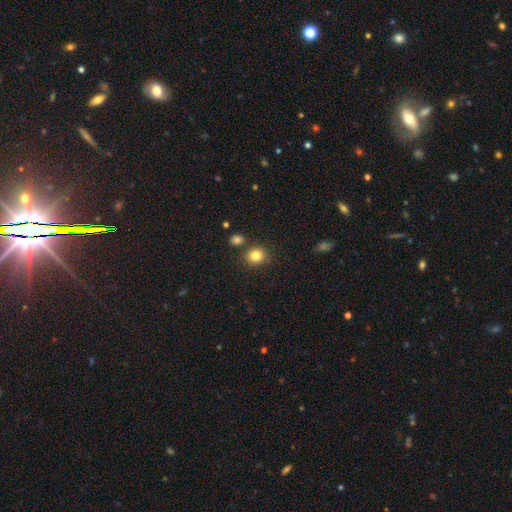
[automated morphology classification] type=smooth (83%); roundness=round (79%); merging=none (78%).